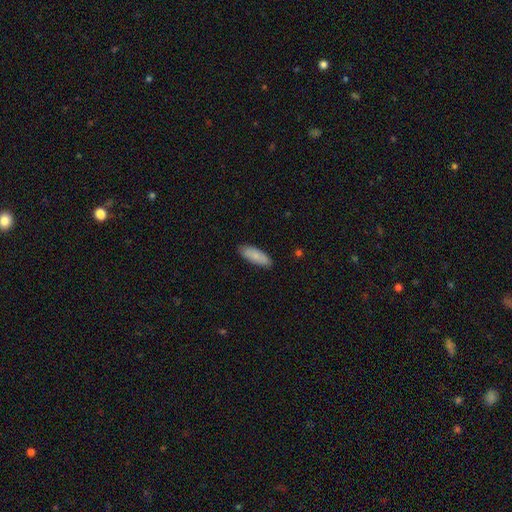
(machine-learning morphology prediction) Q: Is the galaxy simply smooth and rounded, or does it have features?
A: smooth — 83%.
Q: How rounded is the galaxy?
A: in between — 73%.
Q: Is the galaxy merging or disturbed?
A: none — 85%.